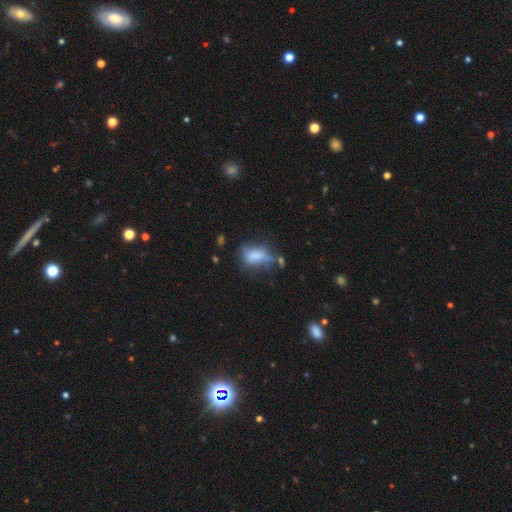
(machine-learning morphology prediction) Smooth or featured? smooth (73%)
How rounded? in between (84%)
Merging? none (36%)